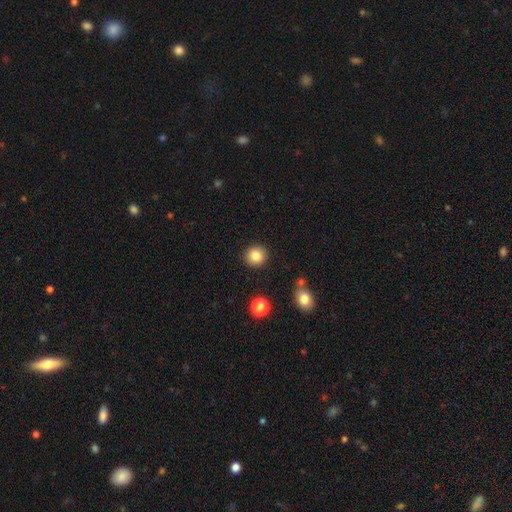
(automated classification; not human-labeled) smooth 85%, star or artifact 10%, featured or disk 6%. Down the decision tree: how rounded — round (89%); merging — none (90%).